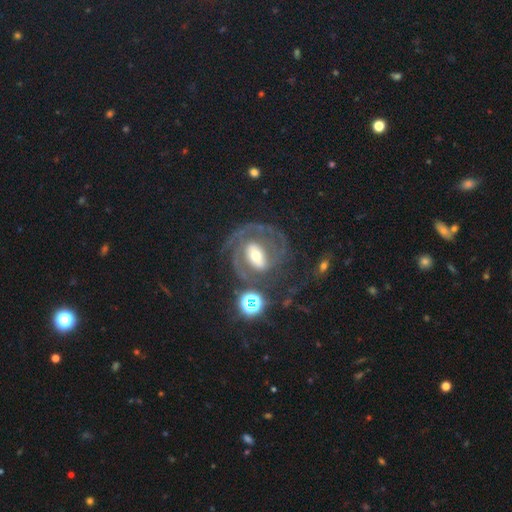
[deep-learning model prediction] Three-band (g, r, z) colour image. It shows a featured or disk galaxy (81%) with a weak bar (40%), 2 (48%) tight (45%) spiral arms (85%) and a moderate central bulge (56%). Merging: none (52%).